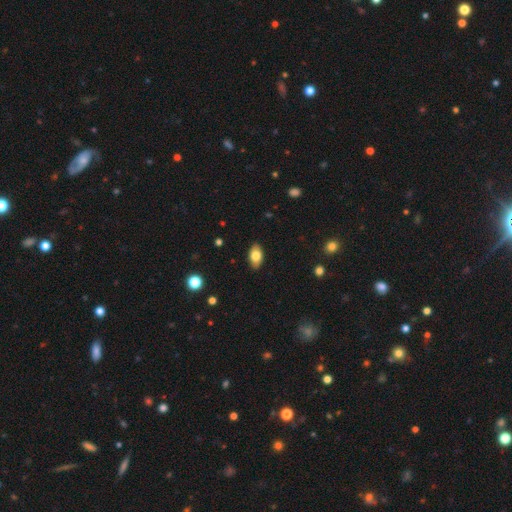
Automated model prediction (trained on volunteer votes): A smooth galaxy with no disk features (80%) that is in between round and cigar-shaped (91%).

Vote fractions:
- Smooth or featured? smooth: 80% / featured or disk: 12% / star or artifact: 7%
- How rounded? in between: 91% / round: 6% / cigar-shaped: 2%
- Merging? none: 88% / minor disturbance: 9% / major disturbance: 2% / merger: 1%